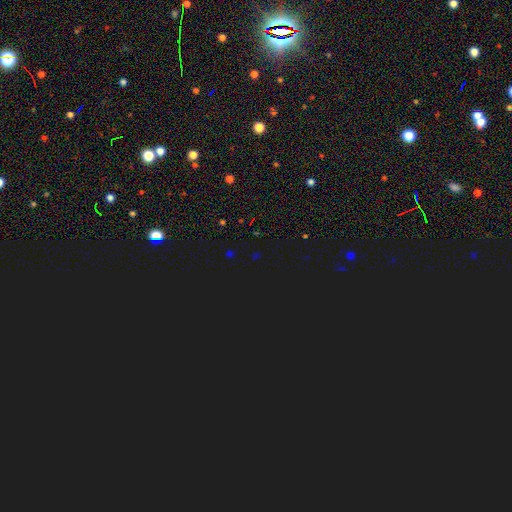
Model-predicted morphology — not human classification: Smooth or featured? star or artifact (74%)